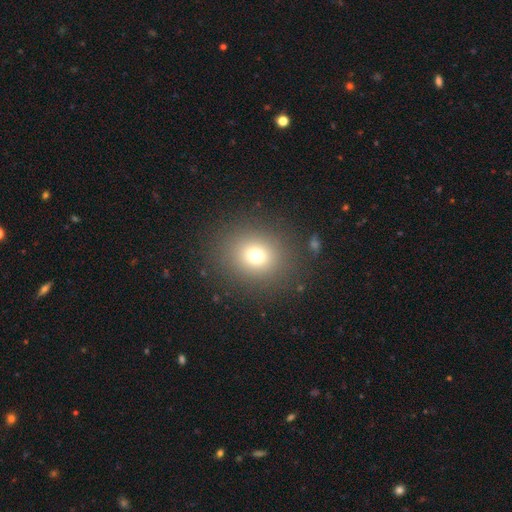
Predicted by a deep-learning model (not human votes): Overall: smooth (72%). How rounded: round (78%). Merging: none (86%).